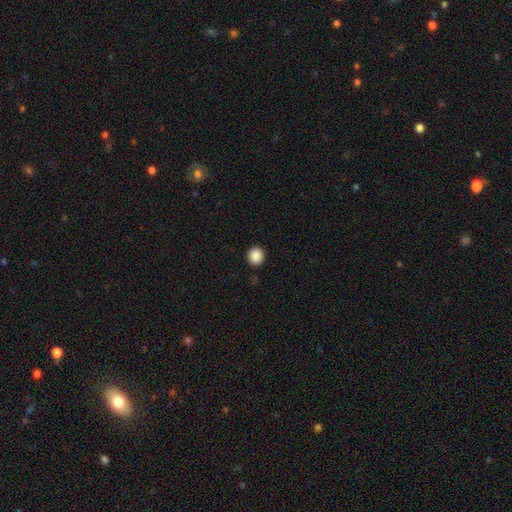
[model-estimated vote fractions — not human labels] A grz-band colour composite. It shows a smooth galaxy with no disk features (89%) that is round (89%). Merging: none (92%).